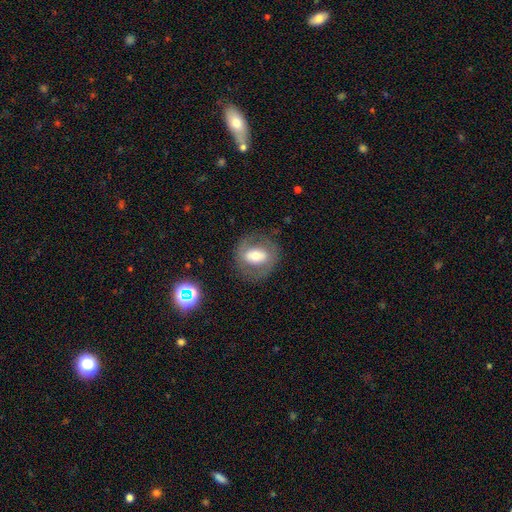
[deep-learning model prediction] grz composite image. It shows a featured or disk galaxy (47%). Merging: none (78%).